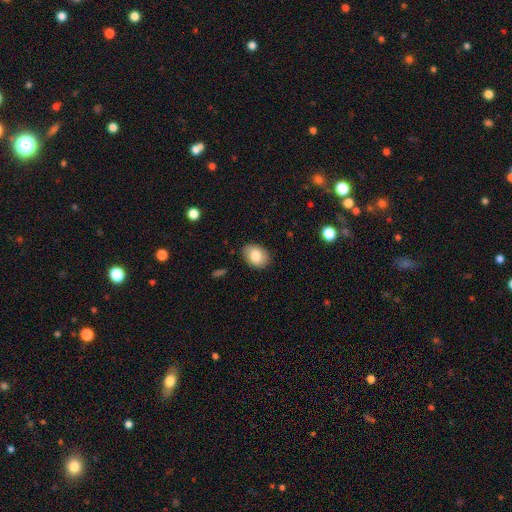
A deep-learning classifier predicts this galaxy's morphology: smooth 83%, featured or disk 10%, star or artifact 7%. Down the decision tree: how rounded — in between (74%); merging — none (83%).